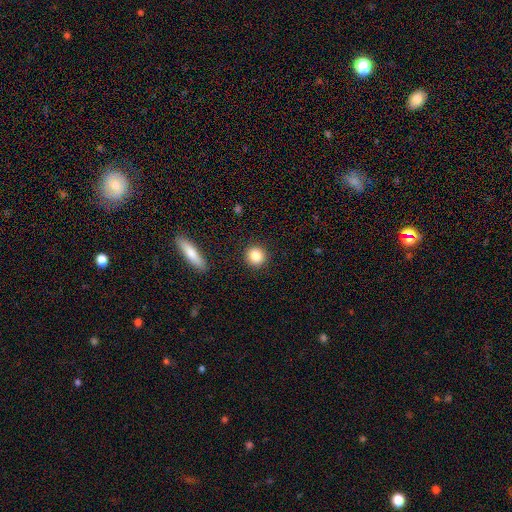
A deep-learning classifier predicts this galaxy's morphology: A smooth galaxy with no disk features (84%) that is round (92%). Merging: none (91%).